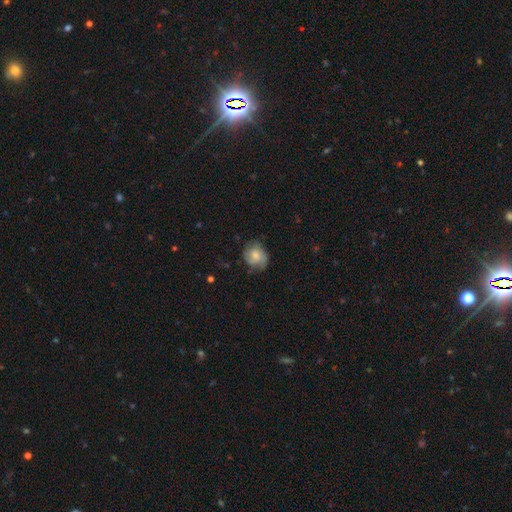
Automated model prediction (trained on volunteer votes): This appears to be a smooth galaxy with no disk features (62%) that is round (69%). Merging: none (63%).